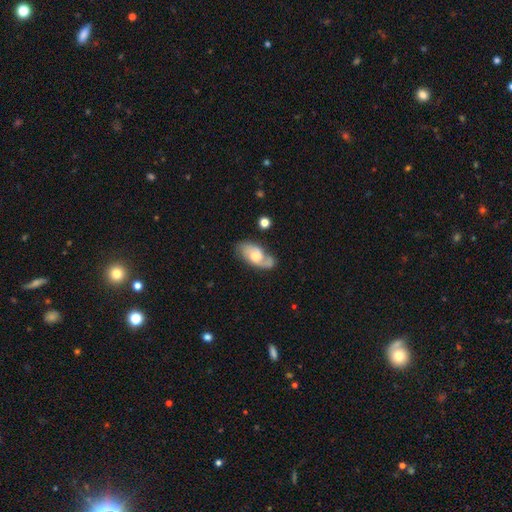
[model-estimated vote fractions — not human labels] smooth_or_featured: featured or disk (p=0.71) [alt: smooth p=0.23]
disk_edge_on: no (p=0.94) [alt: yes p=0.06]
bar: no (p=0.56) [alt: weak p=0.38]
has_spiral_arms: yes (p=0.91) [alt: no p=0.09]
spiral_winding: medium (p=0.48) [alt: tight p=0.29]
spiral_arm_count: 2 (p=0.77) [alt: 1 p=0.10]
bulge_size: moderate (p=0.53) [alt: small p=0.26]
merging: none (p=0.68) [alt: minor disturbance p=0.21]